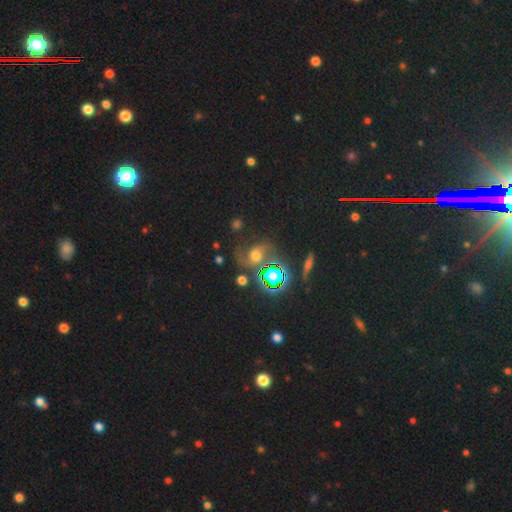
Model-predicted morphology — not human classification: This appears to be a featured or disk galaxy (46%). Merging: none (58%).